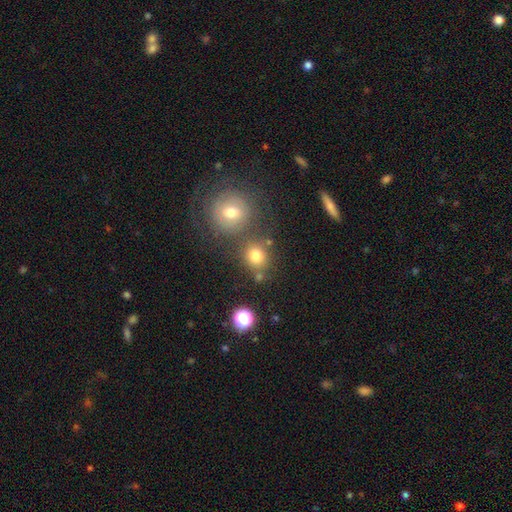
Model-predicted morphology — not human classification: Smooth or featured? smooth (76%)
How rounded? round (82%)
Merging? none (68%)